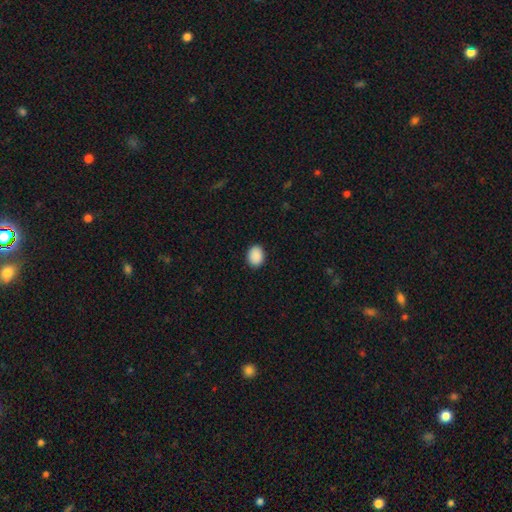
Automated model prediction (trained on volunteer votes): Smooth or featured?
  - smooth: 90% *
  - star or artifact: 7%
  - featured or disk: 2%
How rounded?
  - in between: 60% *
  - round: 39%
  - cigar-shaped: 1%
Merging?
  - none: 90% *
  - minor disturbance: 7%
  - major disturbance: 2%
  - merger: 1%